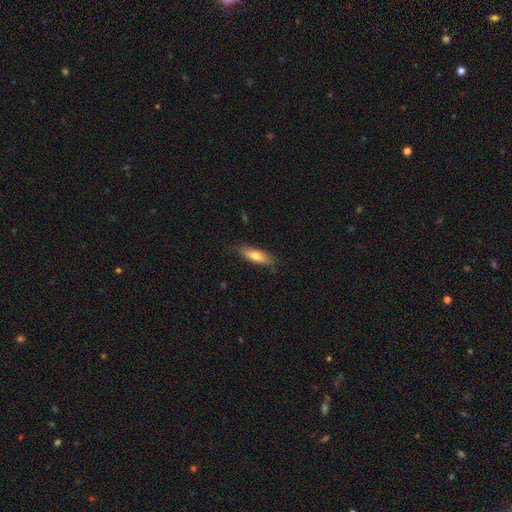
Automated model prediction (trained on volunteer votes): smooth-or-featured: smooth: 67% | featured or disk: 27% | star or artifact: 6%
  how-rounded: cigar-shaped: 54% | in between: 44% | round: 2%
  merging: none: 80% | minor disturbance: 16% | major disturbance: 3% | merger: 1%